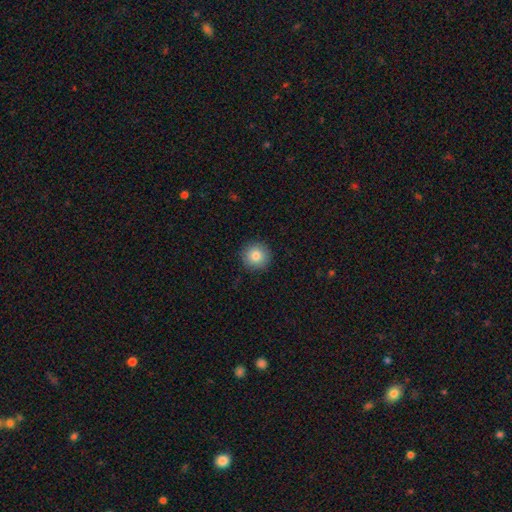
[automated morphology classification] A smooth galaxy with no disk features (83%) that is round (95%). Merging: none (92%).